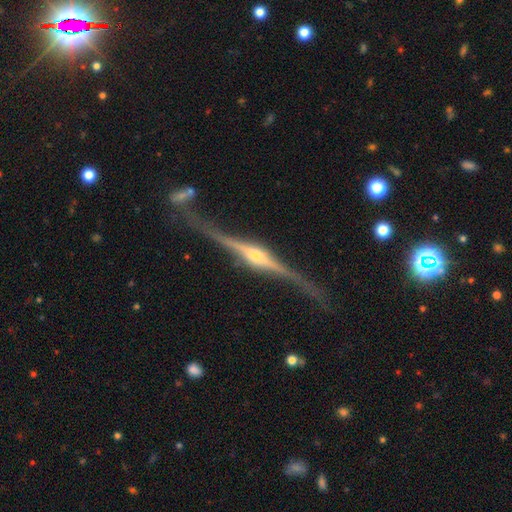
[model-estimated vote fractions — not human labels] A featured or disk galaxy (90%) viewed edge-on (97%) with a rounded central bulge (90%). Merging: none (78%).